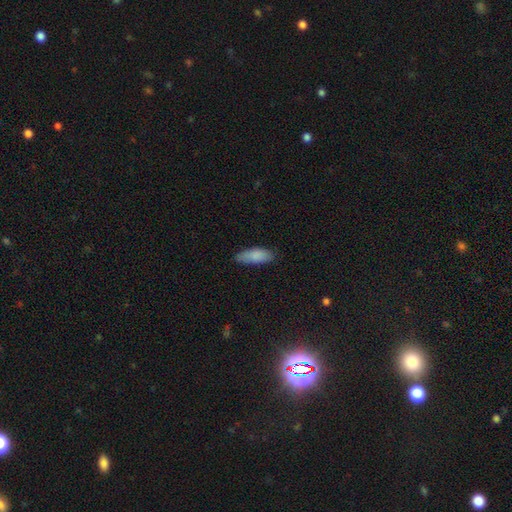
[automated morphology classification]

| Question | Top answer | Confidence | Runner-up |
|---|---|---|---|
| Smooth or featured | smooth | 87% | featured or disk (7%) |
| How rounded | in between | 72% | cigar-shaped (27%) |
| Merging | none | 76% | minor disturbance (19%) |